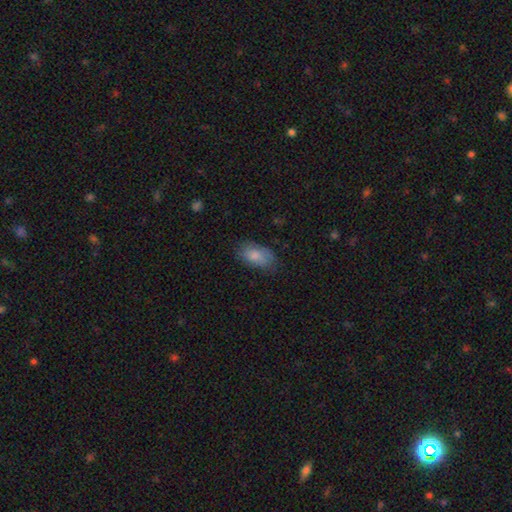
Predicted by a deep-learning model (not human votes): Morphology: type=smooth (82%); roundness=in between (93%); merging=none (70%).